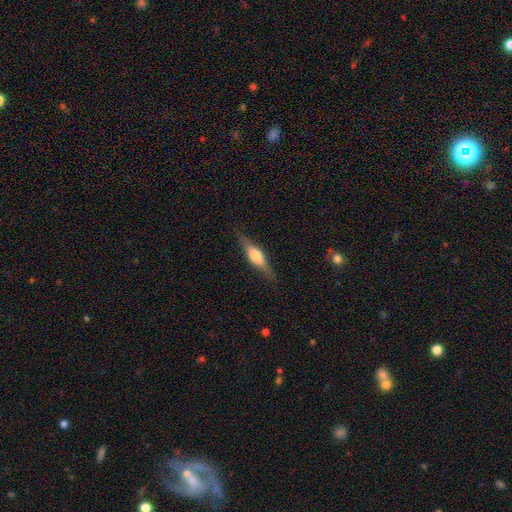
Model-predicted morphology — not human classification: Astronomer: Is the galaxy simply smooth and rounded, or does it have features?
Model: featured or disk — 59%.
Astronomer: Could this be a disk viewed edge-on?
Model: yes — 95%.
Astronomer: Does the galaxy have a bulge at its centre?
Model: rounded — 78%.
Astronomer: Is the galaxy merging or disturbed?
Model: none — 83%.